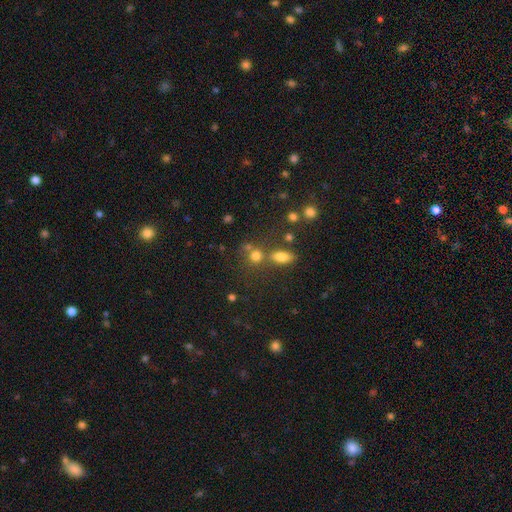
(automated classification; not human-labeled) Smooth or featured: smooth — 75% (star or artifact — 16%)
How rounded: round — 73% (in between — 24%)
Merging: none — 54% (merger — 30%)